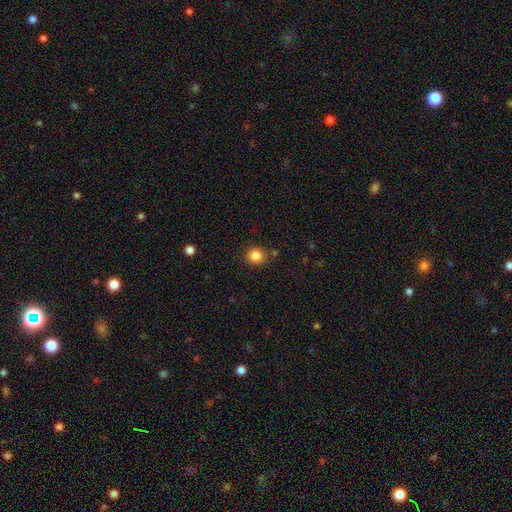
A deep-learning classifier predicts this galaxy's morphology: A smooth galaxy with no disk features (85%) that is round (89%). Merging: none (84%).